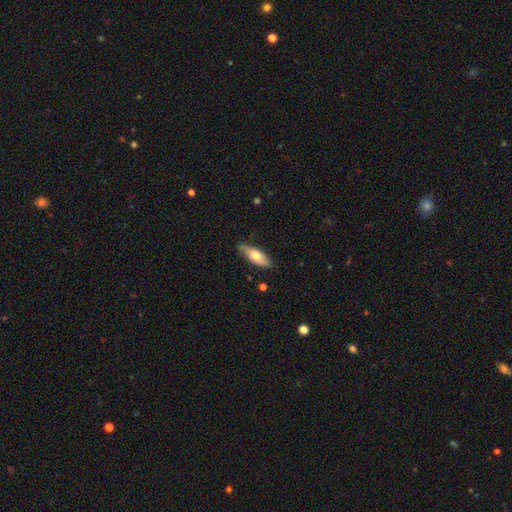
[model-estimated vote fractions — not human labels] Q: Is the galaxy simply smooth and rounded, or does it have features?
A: smooth — 62%.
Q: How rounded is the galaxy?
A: in between — 64%.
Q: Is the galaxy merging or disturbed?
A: none — 81%.